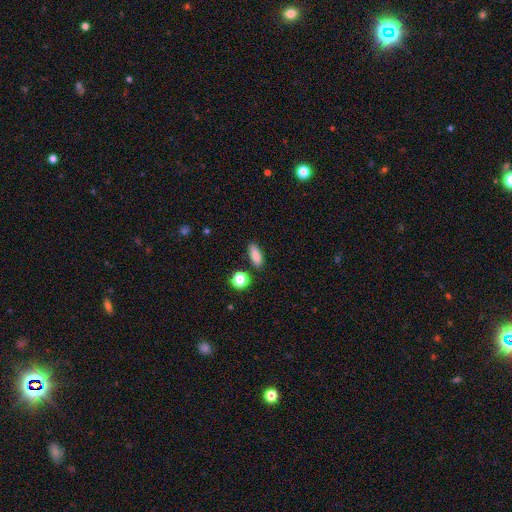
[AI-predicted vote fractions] Smooth or featured?
  - smooth: 82% *
  - star or artifact: 9%
  - featured or disk: 9%
How rounded?
  - in between: 70% *
  - cigar-shaped: 23%
  - round: 6%
Merging?
  - none: 84% *
  - minor disturbance: 10%
  - merger: 4%
  - major disturbance: 2%